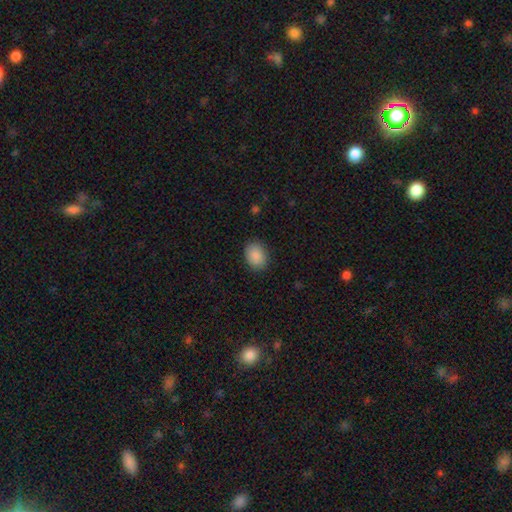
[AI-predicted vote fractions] A smooth galaxy with no disk features (89%) that is in between round and cigar-shaped (65%). Merging: none (87%).